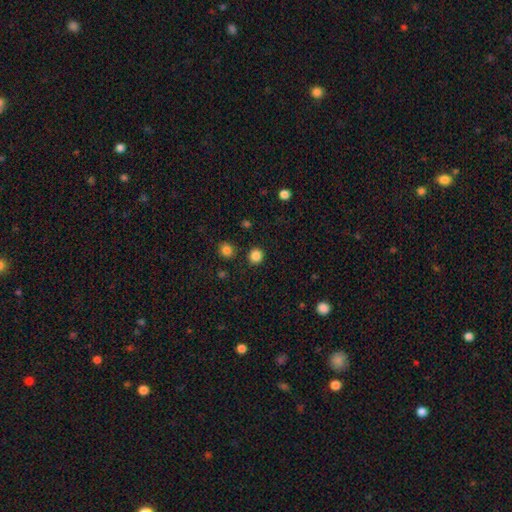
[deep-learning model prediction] Q: Smooth or featured?
A: smooth (85%); runner-up: star or artifact (12%)
Q: How rounded?
A: round (93%); runner-up: in between (6%)
Q: Merging?
A: none (90%); runner-up: minor disturbance (5%)